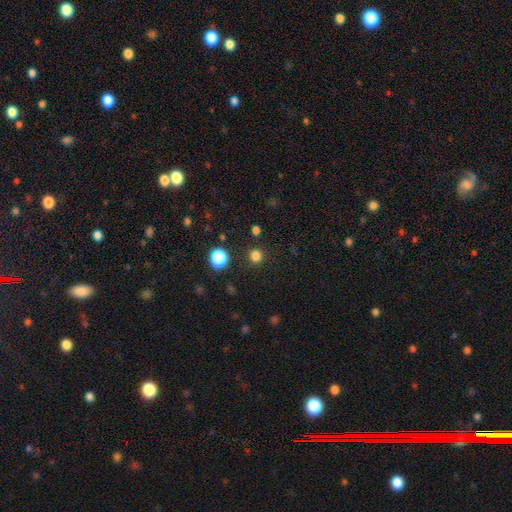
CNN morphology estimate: Q: Smooth or featured?
A: smooth (80%); runner-up: star or artifact (17%)
Q: How rounded?
A: round (91%); runner-up: in between (8%)
Q: Merging?
A: none (89%); runner-up: minor disturbance (6%)